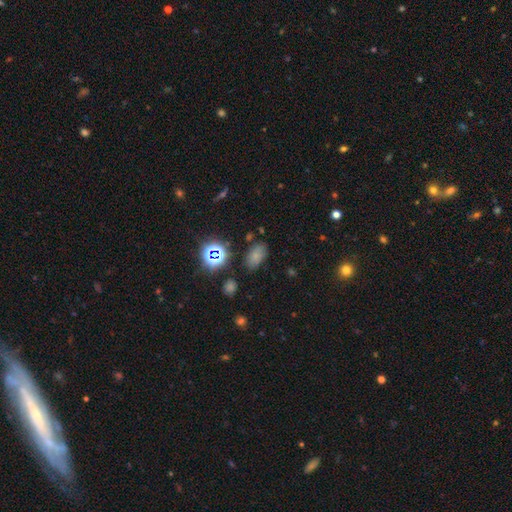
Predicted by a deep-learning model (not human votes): smooth 69%, star or artifact 22%, featured or disk 9%. Down the decision tree: how rounded — in between (89%); merging — none (76%).